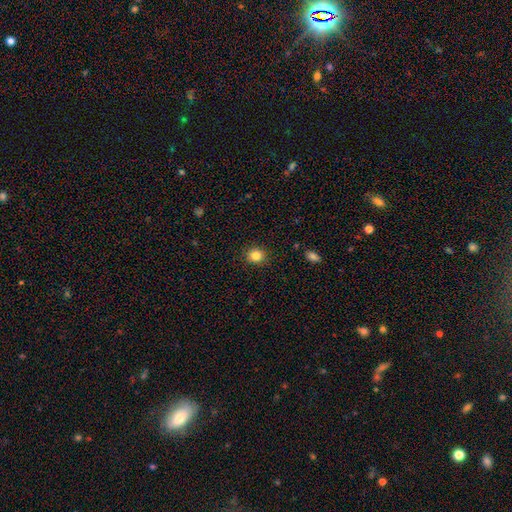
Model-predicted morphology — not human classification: type=smooth (84%); roundness=round (80%); merging=none (90%).